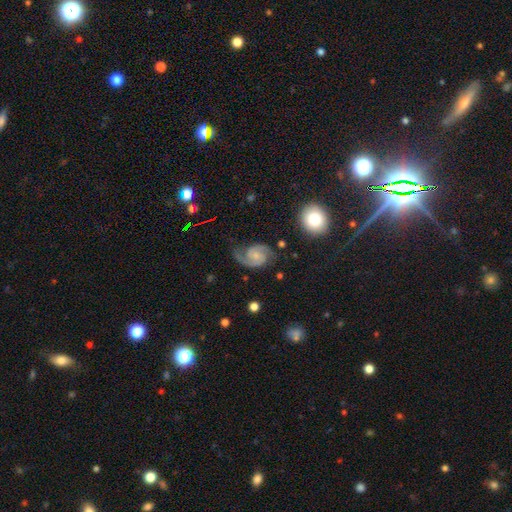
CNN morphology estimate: This appears to be a featured or disk galaxy (89%) with no bar (58%), 2 (91%) medium (55%) spiral arms (98%) and a small central bulge (50%). Merging: none (69%).